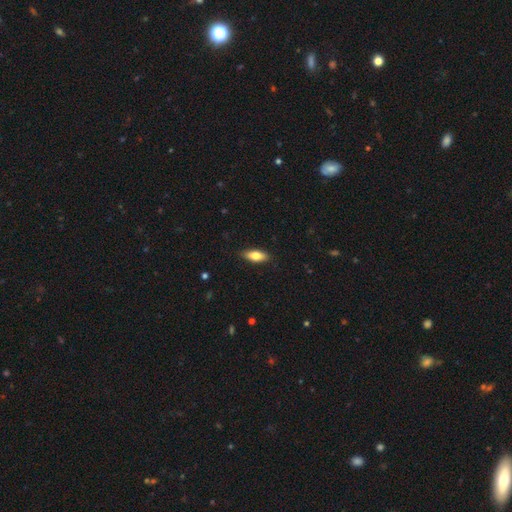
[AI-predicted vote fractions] smooth_or_featured: smooth (p=0.76) [alt: featured or disk p=0.18]
how_rounded: in between (p=0.76) [alt: cigar-shaped p=0.22]
merging: none (p=0.87) [alt: minor disturbance p=0.10]